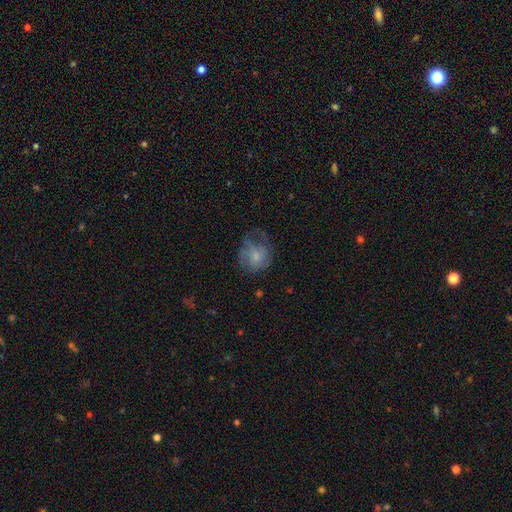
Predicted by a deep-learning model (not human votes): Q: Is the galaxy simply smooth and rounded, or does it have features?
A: smooth — 52%.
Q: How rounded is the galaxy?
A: round — 67%.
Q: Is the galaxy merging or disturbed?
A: none — 42%.